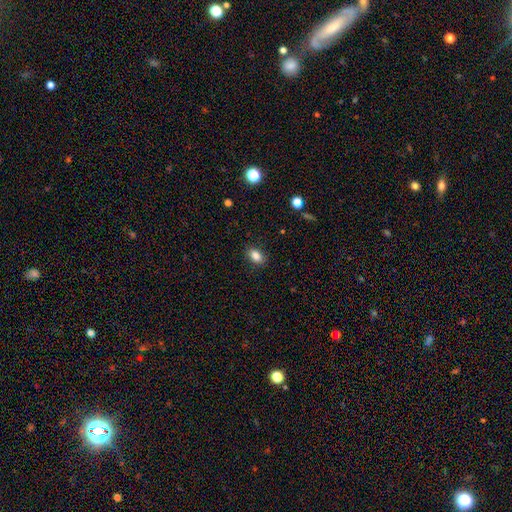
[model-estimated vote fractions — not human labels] Smooth or featured? smooth (85%)
How rounded? in between (86%)
Merging? none (87%)